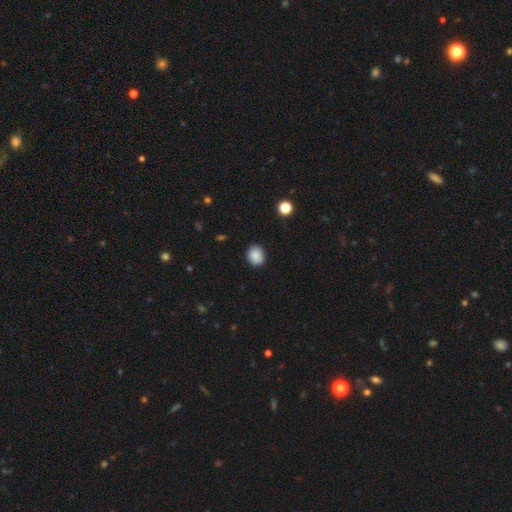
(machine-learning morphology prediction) Smooth or featured? smooth (87%)
How rounded? round (67%)
Merging? none (87%)